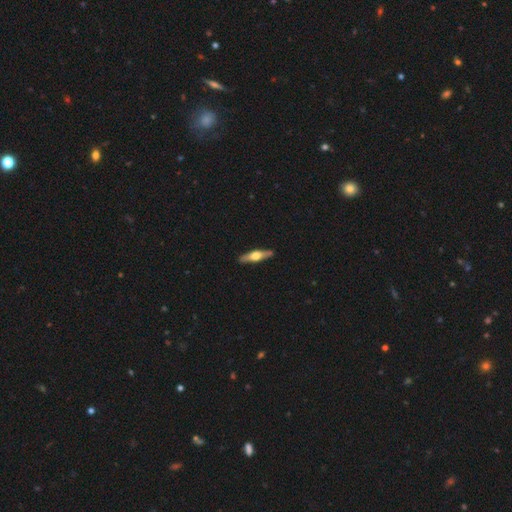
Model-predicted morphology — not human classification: Smooth or featured? Predicted: featured or disk (p=0.57). Edge-on disk? Predicted: yes (p=0.93). Edge-on bulge? Predicted: rounded (p=0.92). Merging? Predicted: none (p=0.88).